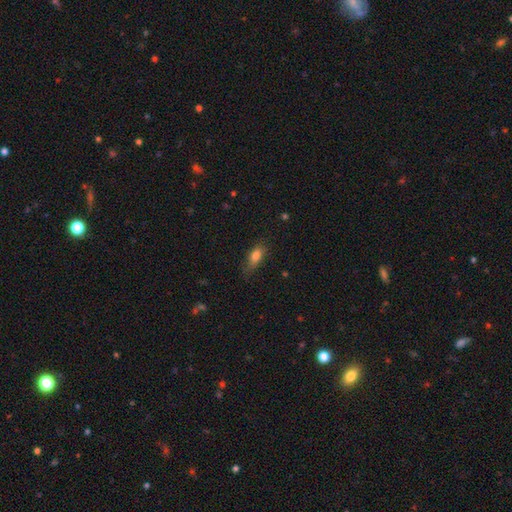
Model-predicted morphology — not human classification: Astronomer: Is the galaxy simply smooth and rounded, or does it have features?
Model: smooth — 80%.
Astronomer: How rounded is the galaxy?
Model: in between — 74%.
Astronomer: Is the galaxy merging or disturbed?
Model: none — 68%.